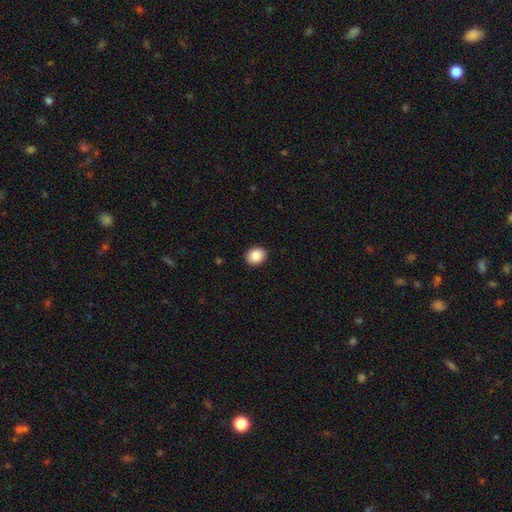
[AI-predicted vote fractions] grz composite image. It shows a smooth galaxy with no disk features (87%) that is round (62%). Merging: none (92%).